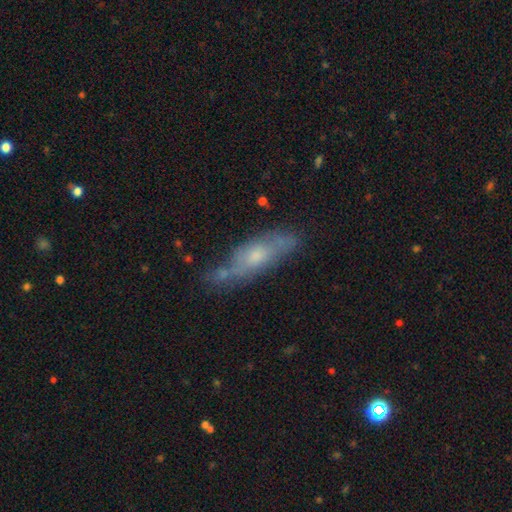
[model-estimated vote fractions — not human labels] Overall: smooth (47%; featured or disk 45%). Merging: none (58%; minor disturbance 24%).